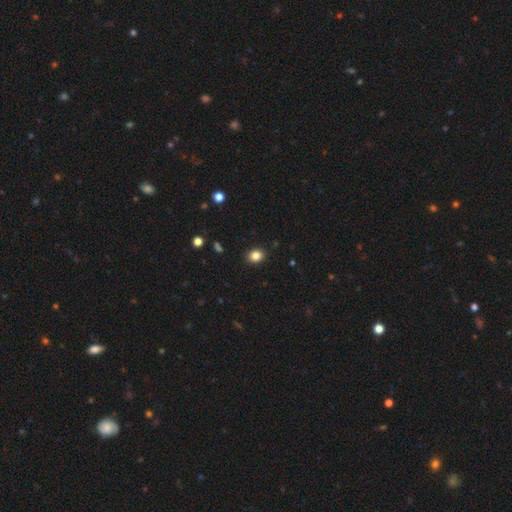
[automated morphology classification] Smooth or featured: smooth — 85% (star or artifact — 11%)
How rounded: round — 58% (in between — 41%)
Merging: none — 90% (minor disturbance — 7%)